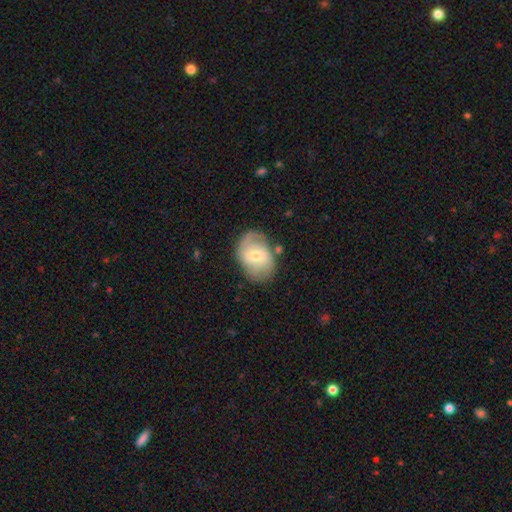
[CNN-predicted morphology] smooth_or_featured: featured or disk (p=0.58) [alt: smooth p=0.35]
disk_edge_on: no (p=0.96) [alt: yes p=0.04]
bar: weak (p=0.55) [alt: no p=0.31]
has_spiral_arms: yes (p=0.78) [alt: no p=0.22]
bulge_size: moderate (p=0.57) [alt: small p=0.36]
merging: none (p=0.66) [alt: minor disturbance p=0.21]